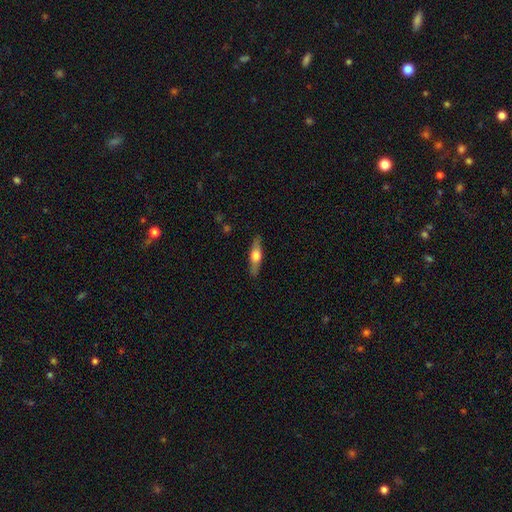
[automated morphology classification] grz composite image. It shows a featured or disk galaxy (51%) viewed edge-on (90%). Merging: none (87%).